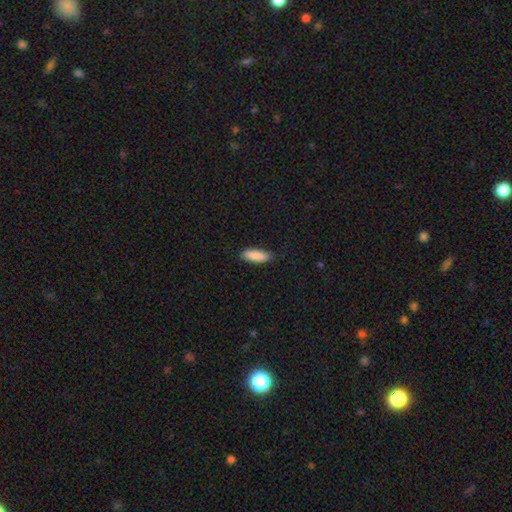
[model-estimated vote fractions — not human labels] A smooth galaxy with no disk features (89%) that is in between round and cigar-shaped (61%).

Vote fractions:
- Smooth or featured? smooth: 89% / star or artifact: 6% / featured or disk: 5%
- How rounded? in between: 61% / cigar-shaped: 38% / round: 2%
- Merging? none: 85% / minor disturbance: 12% / major disturbance: 2% / merger: 1%